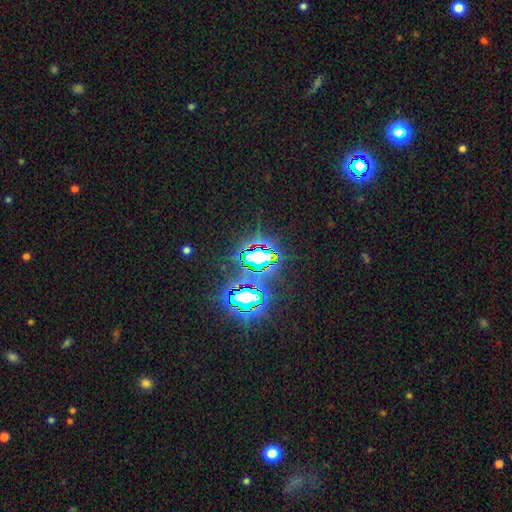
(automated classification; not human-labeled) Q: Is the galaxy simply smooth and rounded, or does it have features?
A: star or artifact — 80%.